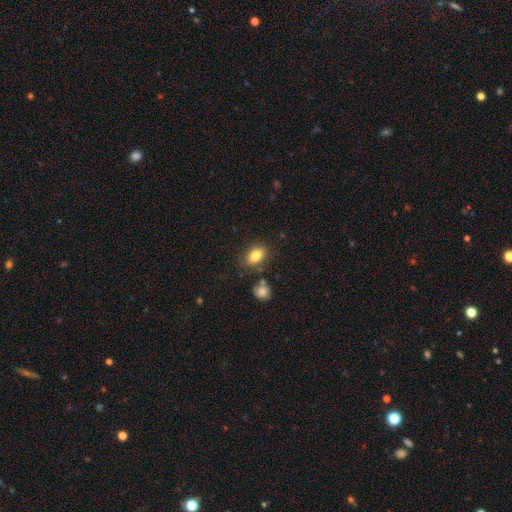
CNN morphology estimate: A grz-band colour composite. It shows a smooth galaxy with no disk features (83%) that is in between round and cigar-shaped (86%). Merging: none (78%).